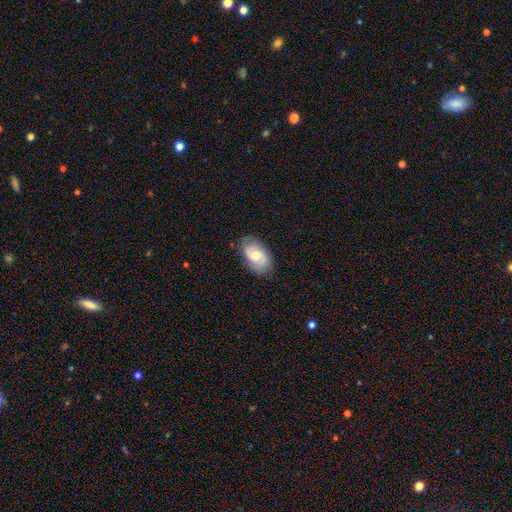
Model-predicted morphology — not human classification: smooth-or-featured: smooth: 51% | featured or disk: 42% | star or artifact: 7%
  how-rounded: in between: 89% | round: 9% | cigar-shaped: 2%
  merging: none: 78% | minor disturbance: 17% | major disturbance: 4% | merger: 1%